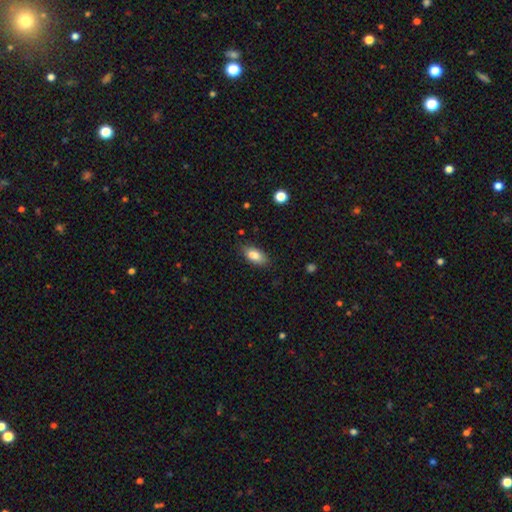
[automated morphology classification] smooth 85%, star or artifact 7%, featured or disk 7%. Down the decision tree: how rounded — in between (87%); merging — none (82%).